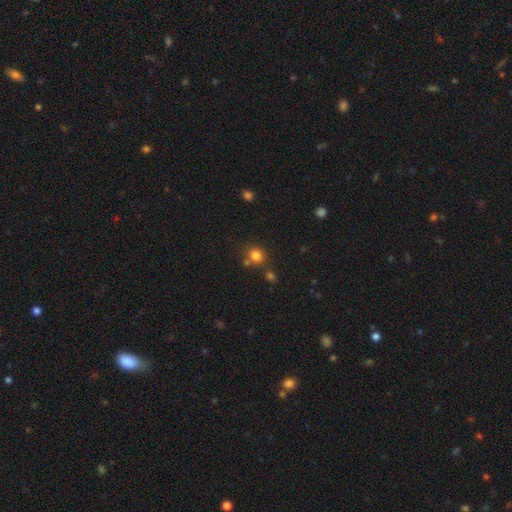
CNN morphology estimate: This appears to be a smooth galaxy with no disk features (79%) that is round (79%). Merging: none (69%).